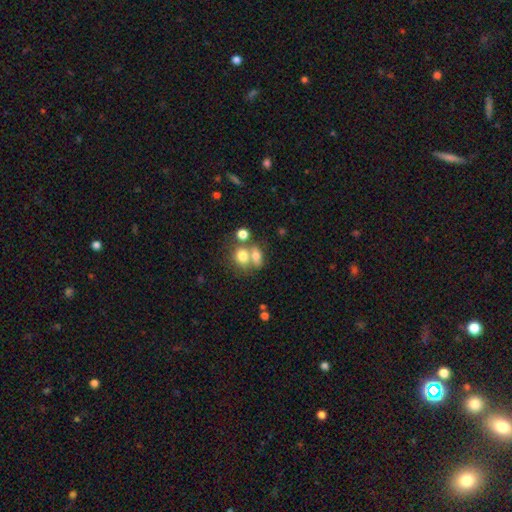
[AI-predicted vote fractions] Smooth or featured: smooth — 70% (featured or disk — 18%)
How rounded: in between — 59% (round — 38%)
Merging: merger — 51% (none — 33%)